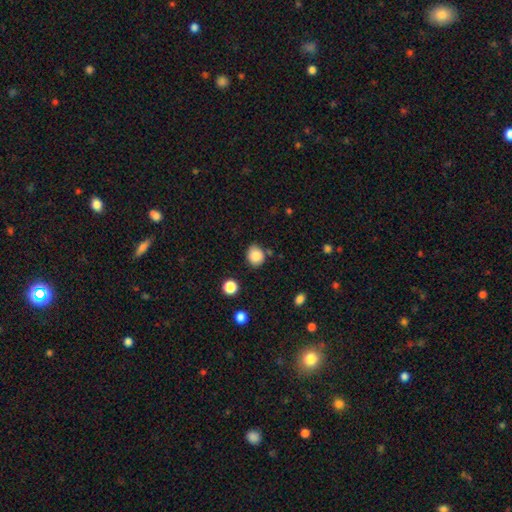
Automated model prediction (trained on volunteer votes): A smooth galaxy with no disk features (86%) that is round (70%).

Vote fractions:
- Smooth or featured? smooth: 86% / star or artifact: 9% / featured or disk: 4%
- How rounded? round: 70% / in between: 29% / cigar-shaped: 1%
- Merging? none: 76% / minor disturbance: 16% / merger: 5% / major disturbance: 4%